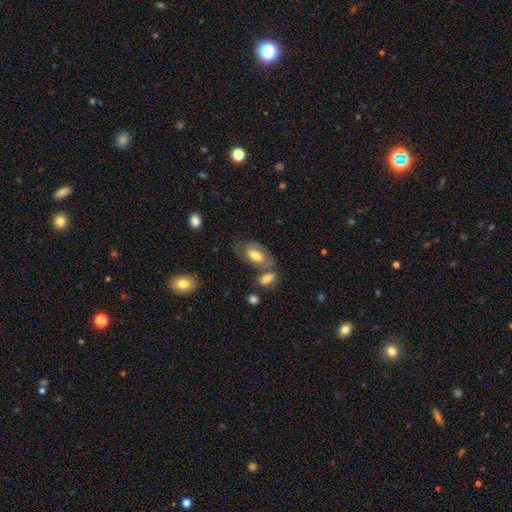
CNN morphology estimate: Smooth or featured?
  - smooth: 54% *
  - featured or disk: 39%
  - star or artifact: 7%
How rounded?
  - in between: 91% *
  - round: 5%
  - cigar-shaped: 4%
Merging?
  - none: 52% *
  - merger: 19%
  - minor disturbance: 19%
  - major disturbance: 10%